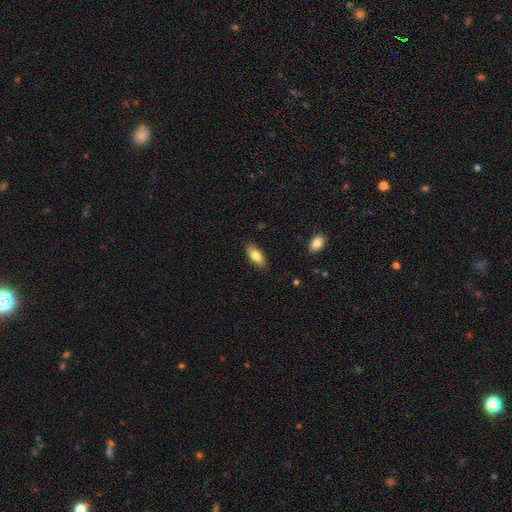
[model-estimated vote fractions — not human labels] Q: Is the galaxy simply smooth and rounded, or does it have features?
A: smooth — 81%.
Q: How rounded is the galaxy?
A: in between — 84%.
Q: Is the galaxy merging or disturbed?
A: none — 87%.